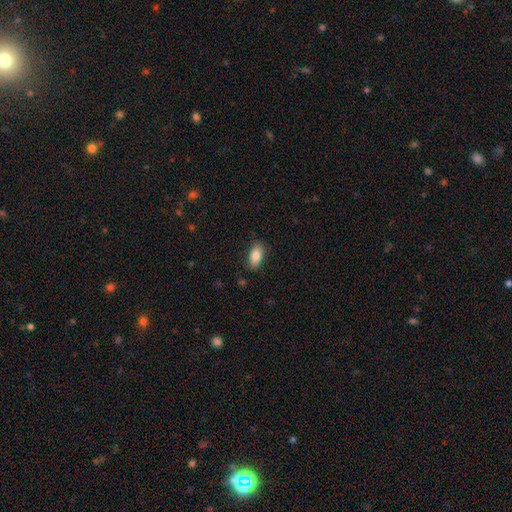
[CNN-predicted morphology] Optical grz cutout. It shows a smooth galaxy with no disk features (84%) that is in between round and cigar-shaped (90%). Merging: none (87%).